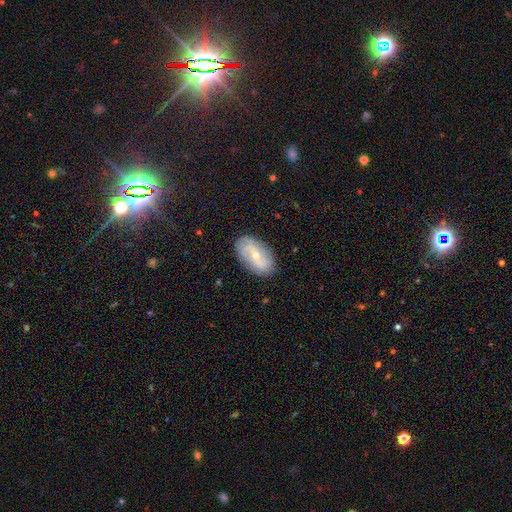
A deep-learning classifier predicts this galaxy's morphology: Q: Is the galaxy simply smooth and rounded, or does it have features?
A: featured or disk — 65%.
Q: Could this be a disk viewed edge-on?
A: no — 93%.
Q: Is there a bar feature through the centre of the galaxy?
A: no — 44%.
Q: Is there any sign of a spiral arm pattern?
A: yes — 78%.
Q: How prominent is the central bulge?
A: small — 59%.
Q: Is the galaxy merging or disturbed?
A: none — 84%.